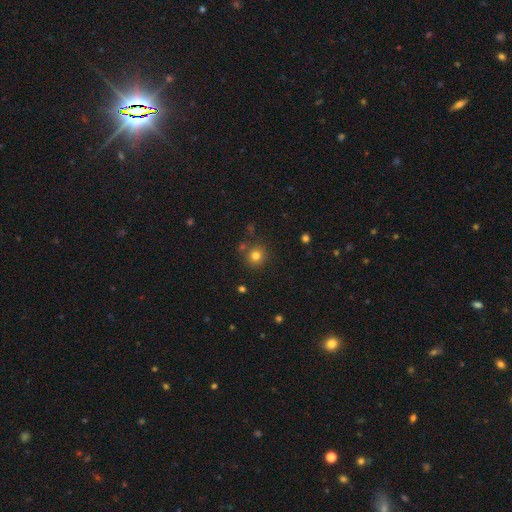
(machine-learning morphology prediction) Smooth or featured? smooth (79%)
How rounded? round (91%)
Merging? none (80%)